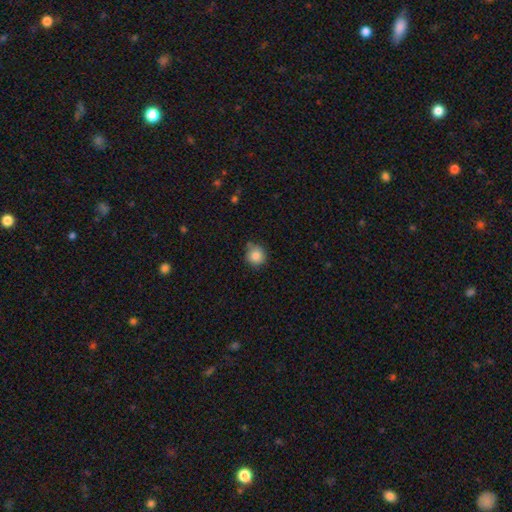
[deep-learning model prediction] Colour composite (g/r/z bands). It shows a smooth galaxy with no disk features (85%) that is round (88%). Merging: none (75%).